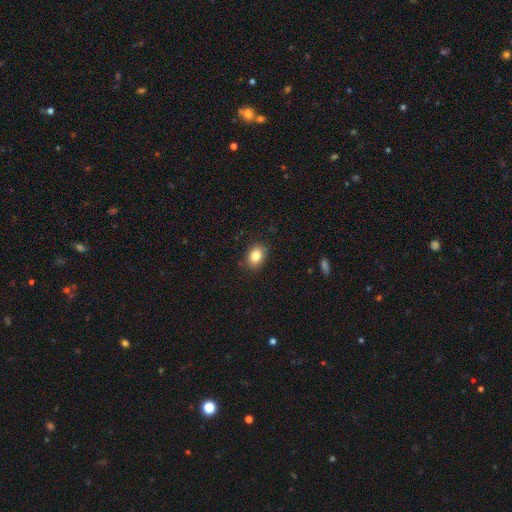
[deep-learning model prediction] The model was most divided on "how rounded": in between: 65%, round: 34%, cigar-shaped: 1%. More confident: merging — none (86%); smooth or featured — smooth (83%).